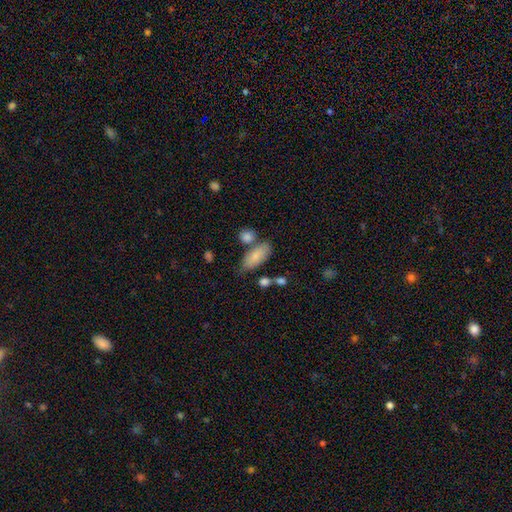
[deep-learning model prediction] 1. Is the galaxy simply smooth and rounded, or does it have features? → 79% smooth, 14% featured or disk, 6% star or artifact.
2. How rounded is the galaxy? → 86% in between, 10% cigar-shaped, 3% round.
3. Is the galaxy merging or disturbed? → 61% none, 18% minor disturbance, 16% merger, 5% major disturbance.